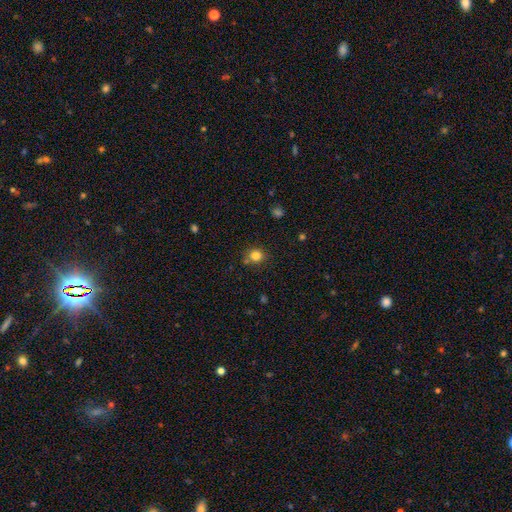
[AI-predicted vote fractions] smooth-or-featured: smooth: 82% | star or artifact: 13% | featured or disk: 6%
  how-rounded: round: 83% | in between: 16% | cigar-shaped: 1%
  merging: none: 77% | minor disturbance: 12% | merger: 8% | major disturbance: 3%